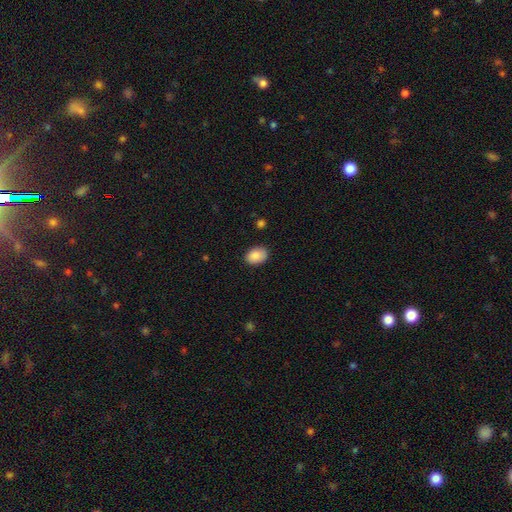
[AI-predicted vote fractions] Smooth or featured? smooth (88%)
How rounded? in between (80%)
Merging? none (87%)